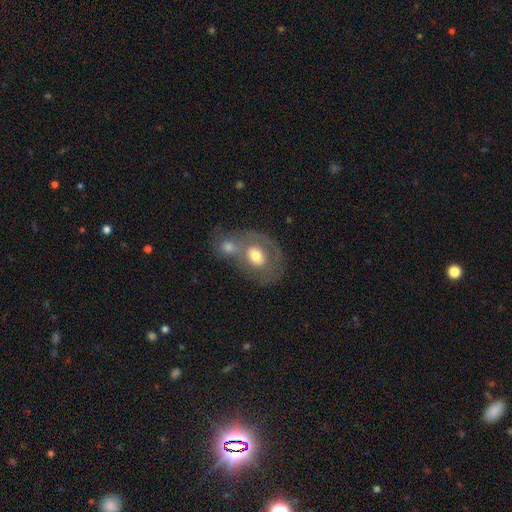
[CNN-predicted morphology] This is possibly a smooth galaxy (54%). How rounded: possibly in between (56%). Merging: possibly merger (48%).